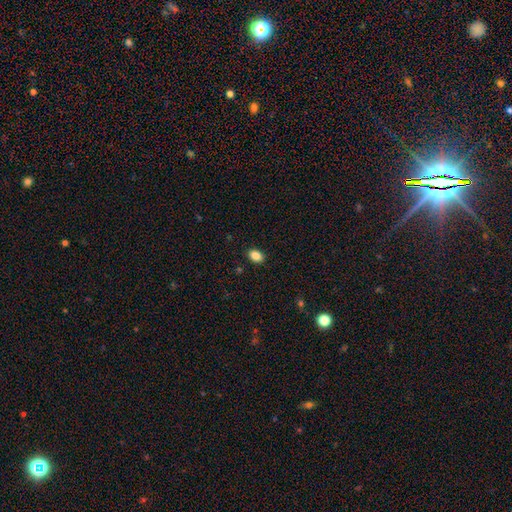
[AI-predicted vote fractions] This is clearly a smooth galaxy (86%). How rounded: clearly in between (83%). Merging: clearly none (89%).